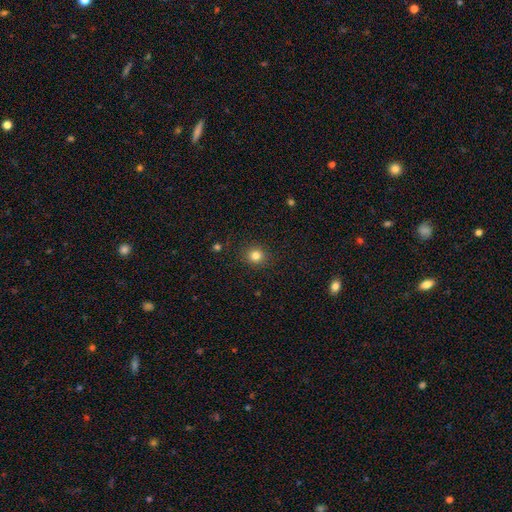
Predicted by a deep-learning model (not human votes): Q: Smooth or featured?
A: smooth (82%); runner-up: star or artifact (13%)
Q: How rounded?
A: round (89%); runner-up: in between (10%)
Q: Merging?
A: none (90%); runner-up: minor disturbance (6%)